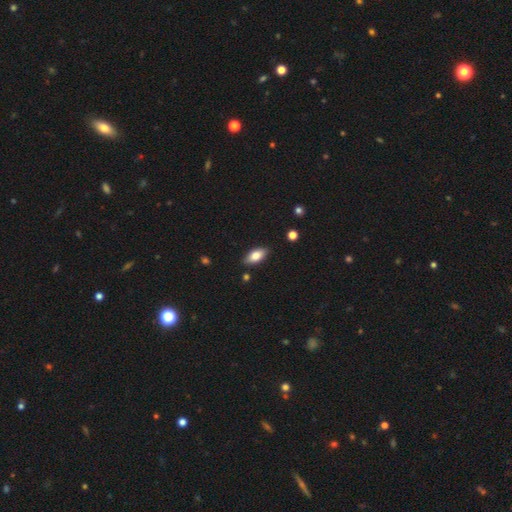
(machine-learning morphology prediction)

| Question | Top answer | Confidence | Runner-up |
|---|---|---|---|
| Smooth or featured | smooth | 77% | featured or disk (16%) |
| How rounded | in between | 88% | cigar-shaped (10%) |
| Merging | none | 86% | minor disturbance (10%) |